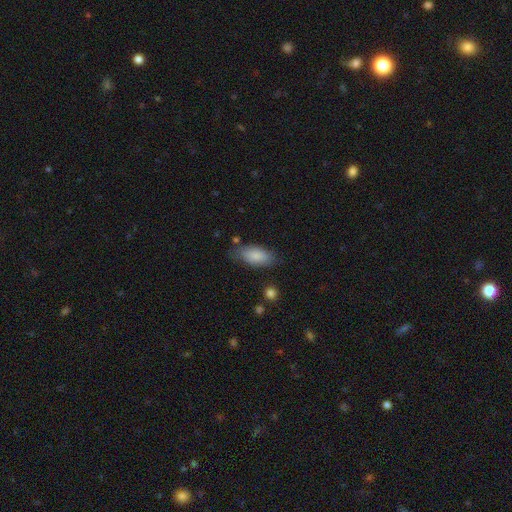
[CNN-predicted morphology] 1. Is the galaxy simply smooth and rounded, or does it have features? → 84% smooth, 9% featured or disk, 6% star or artifact.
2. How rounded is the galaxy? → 89% in between, 8% cigar-shaped, 2% round.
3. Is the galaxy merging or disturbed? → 70% none, 22% minor disturbance, 5% major disturbance, 3% merger.